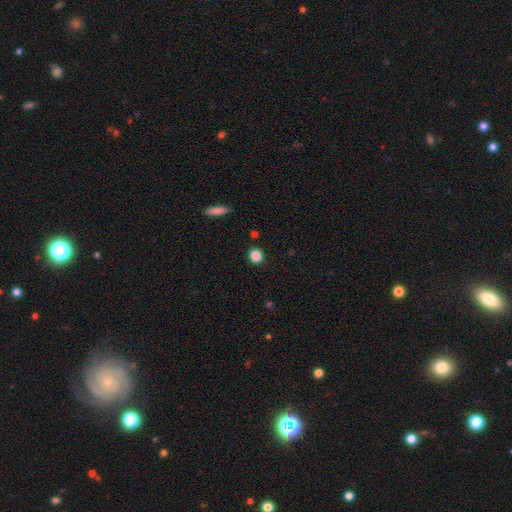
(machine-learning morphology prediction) A smooth galaxy with no disk features (86%) that is round (80%).

Vote fractions:
- Smooth or featured? smooth: 86% / star or artifact: 10% / featured or disk: 4%
- How rounded? round: 80% / in between: 18% / cigar-shaped: 1%
- Merging? none: 88% / minor disturbance: 7% / major disturbance: 2% / merger: 2%